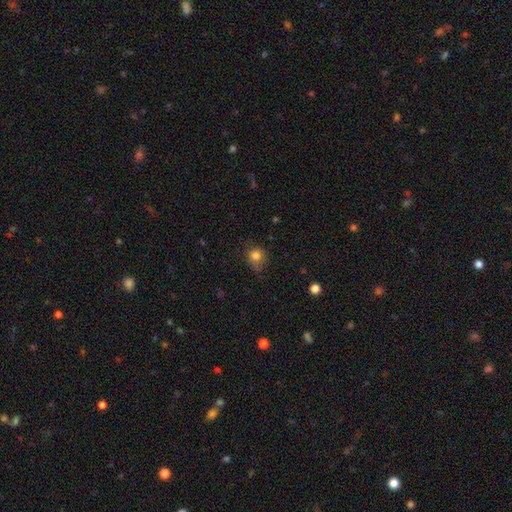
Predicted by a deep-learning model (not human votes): Smooth or featured? smooth (81%)
How rounded? round (79%)
Merging? none (60%)